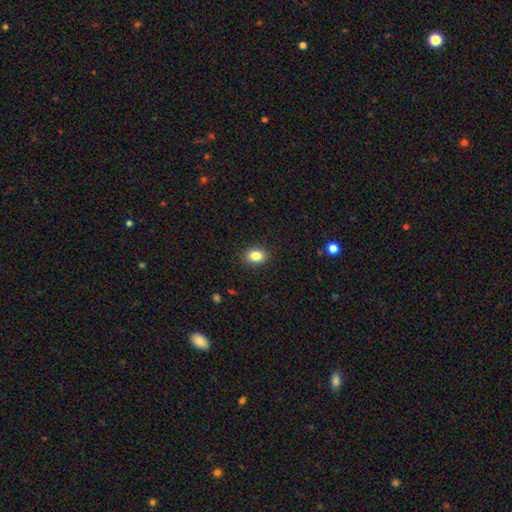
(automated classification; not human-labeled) Smooth or featured: smooth — 85% (star or artifact — 9%)
How rounded: in between — 71% (round — 27%)
Merging: none — 89% (minor disturbance — 8%)